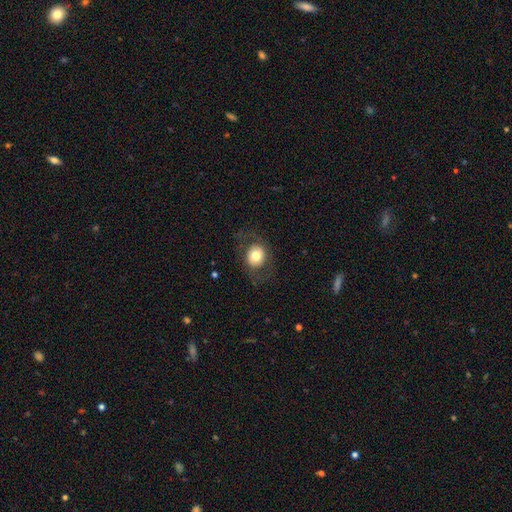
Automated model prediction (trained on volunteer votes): smooth-or-featured: smooth: 67% | featured or disk: 24% | star or artifact: 9%
  how-rounded: round: 69% | in between: 30% | cigar-shaped: 1%
  merging: none: 75% | minor disturbance: 13% | major disturbance: 11% | merger: 1%